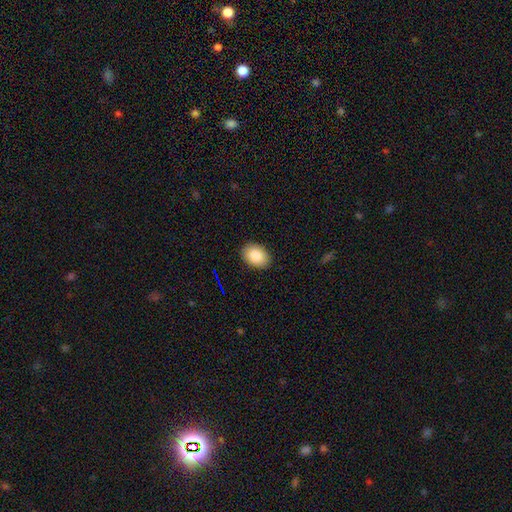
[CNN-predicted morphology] smooth_or_featured: smooth (p=0.84) [alt: featured or disk p=0.08]
how_rounded: in between (p=0.80) [alt: round p=0.19]
merging: none (p=0.90) [alt: minor disturbance p=0.08]